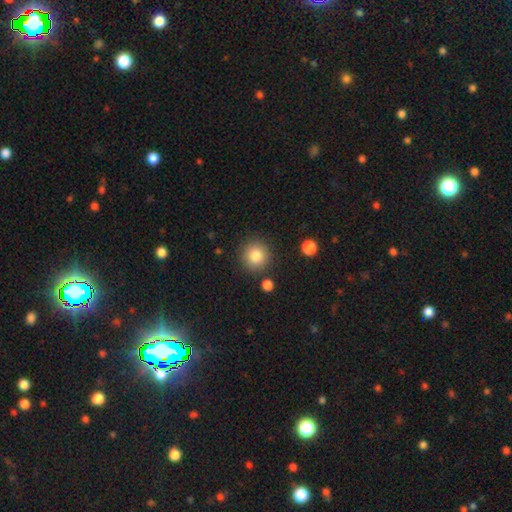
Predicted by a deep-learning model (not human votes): Smooth or featured? Predicted: smooth (p=0.83). How rounded? Predicted: round (p=0.93). Merging? Predicted: none (p=0.87).